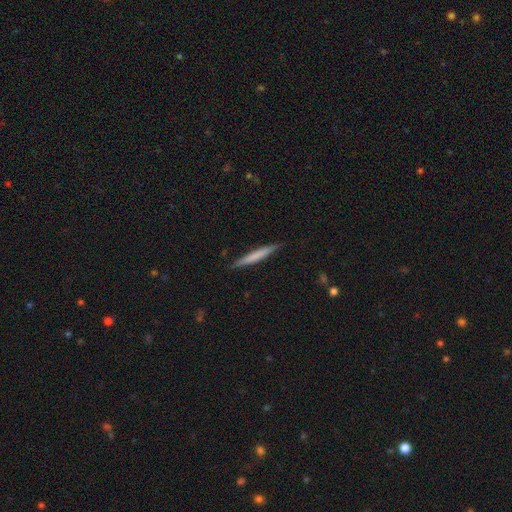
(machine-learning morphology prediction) A smooth galaxy with no disk features (65%) that is cigar-shaped (96%). Merging: none (88%).